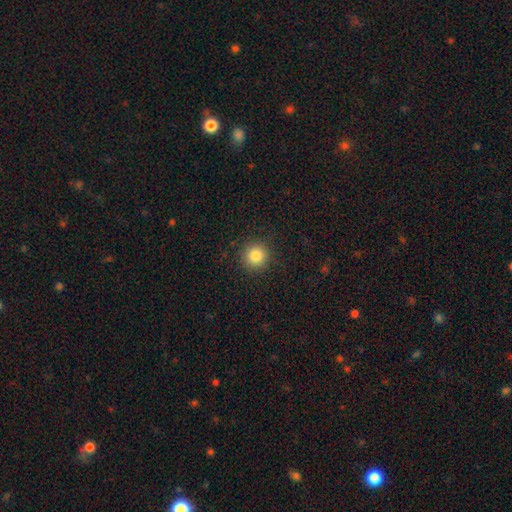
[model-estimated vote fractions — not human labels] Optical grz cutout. It shows a smooth galaxy with no disk features (84%) that is round (95%). Merging: none (90%).